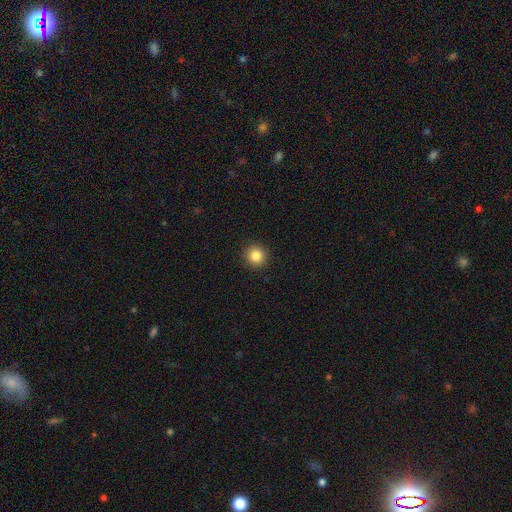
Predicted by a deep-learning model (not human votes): A smooth galaxy with no disk features (85%) that is round (94%).

Vote fractions:
- Smooth or featured? smooth: 85% / star or artifact: 11% / featured or disk: 5%
- How rounded? round: 94% / in between: 6% / cigar-shaped: 1%
- Merging? none: 93% / minor disturbance: 5% / major disturbance: 2% / merger: 1%